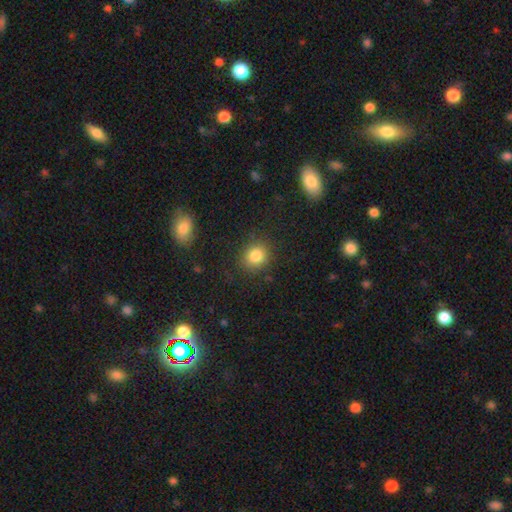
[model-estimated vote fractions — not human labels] A smooth galaxy with no disk features (83%) that is round (74%).

Vote fractions:
- Smooth or featured? smooth: 83% / star or artifact: 11% / featured or disk: 6%
- How rounded? round: 74% / in between: 25% / cigar-shaped: 1%
- Merging? none: 86% / minor disturbance: 9% / major disturbance: 3% / merger: 2%